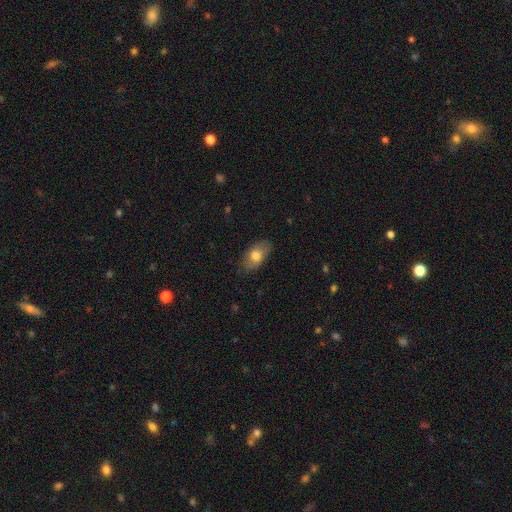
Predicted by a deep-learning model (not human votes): smooth-or-featured: smooth: 72% | featured or disk: 21% | star or artifact: 7%
  how-rounded: in between: 91% | round: 6% | cigar-shaped: 3%
  merging: none: 79% | minor disturbance: 16% | major disturbance: 4% | merger: 1%